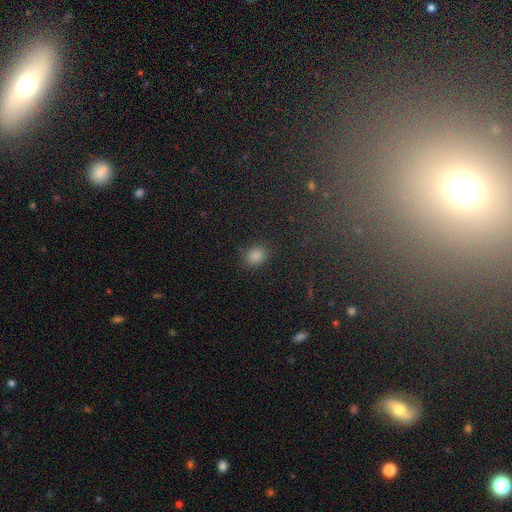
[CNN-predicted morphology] Overall: smooth (83%). How rounded: in between (51%; round 47%). Merging: none (83%).